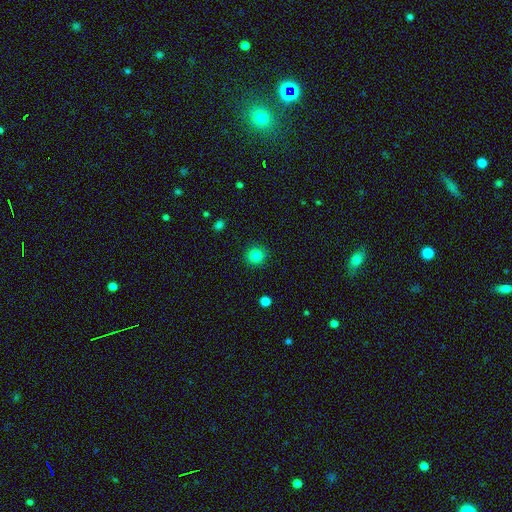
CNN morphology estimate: A smooth galaxy with no disk features (83%) that is round (94%).

Vote fractions:
- Smooth or featured? smooth: 83% / star or artifact: 12% / featured or disk: 5%
- How rounded? round: 94% / in between: 5% / cigar-shaped: 1%
- Merging? none: 92% / minor disturbance: 5% / major disturbance: 2% / merger: 1%